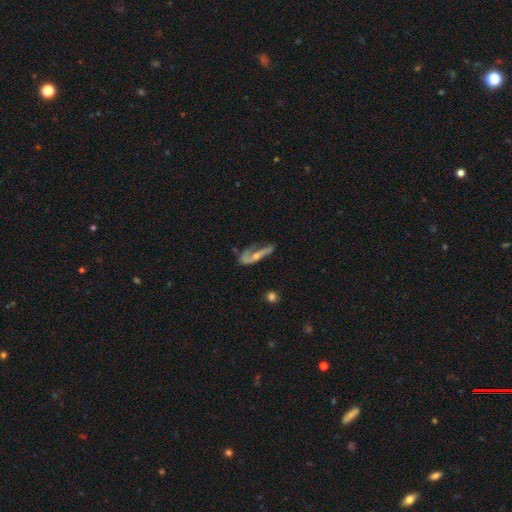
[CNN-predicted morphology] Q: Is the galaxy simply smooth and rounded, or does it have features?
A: featured or disk — 64%.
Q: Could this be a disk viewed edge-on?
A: no — 70%.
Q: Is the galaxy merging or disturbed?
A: major disturbance — 37%.